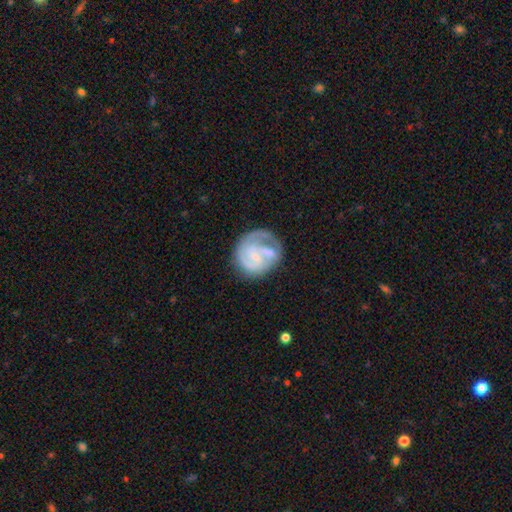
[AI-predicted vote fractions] Smooth or featured?
  - featured or disk: 73% *
  - smooth: 21%
  - star or artifact: 6%
Edge-on disk?
  - no: 98% *
  - yes: 2%
Bar?
  - no: 50% *
  - weak: 39%
  - strong: 11%
Spiral arms?
  - yes: 87% *
  - no: 13%
Spiral winding?
  - tight: 51% *
  - medium: 35%
  - loose: 13%
Spiral arm count?
  - 2: 39% *
  - can't tell: 23%
  - 3: 17%
  - 1: 14%
  - 4: 3%
  - more than 4: 3%
Bulge size?
  - small: 56% *
  - none: 26%
  - moderate: 15%
  - large: 2%
  - dominant: 1%
Merging?
  - none: 50% *
  - minor disturbance: 22%
  - major disturbance: 21%
  - merger: 6%